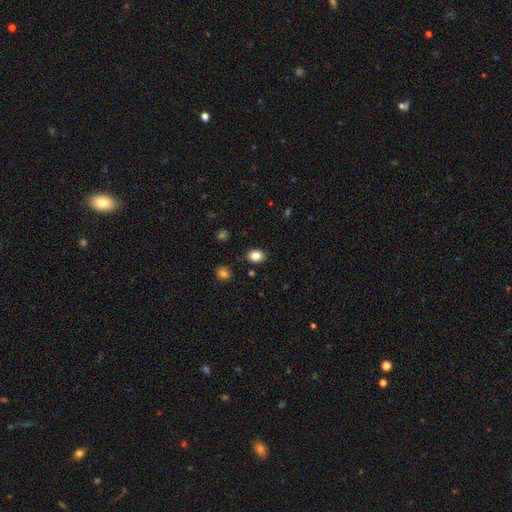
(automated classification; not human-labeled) This is clearly a smooth galaxy (84%). How rounded: likely in between (65%). Merging: clearly none (87%).